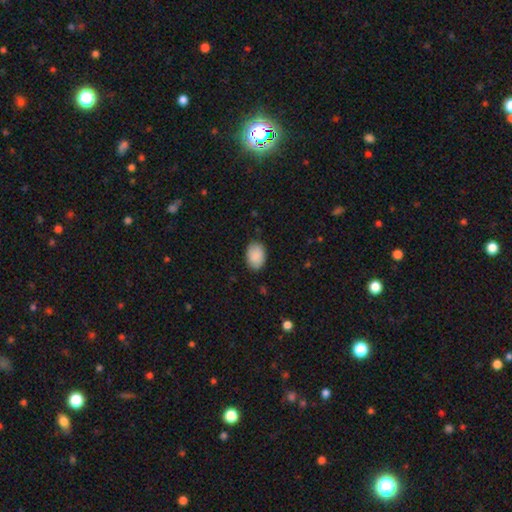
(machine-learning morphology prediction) The model was most divided on "how rounded": in between: 84%, round: 15%, cigar-shaped: 1%. More confident: smooth or featured — smooth (90%); merging — none (84%).